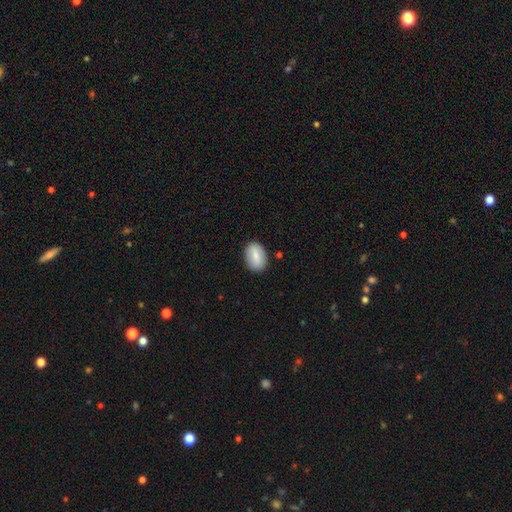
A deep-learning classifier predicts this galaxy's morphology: Overall: smooth (75%). How rounded: in between (82%). Merging: none (86%).